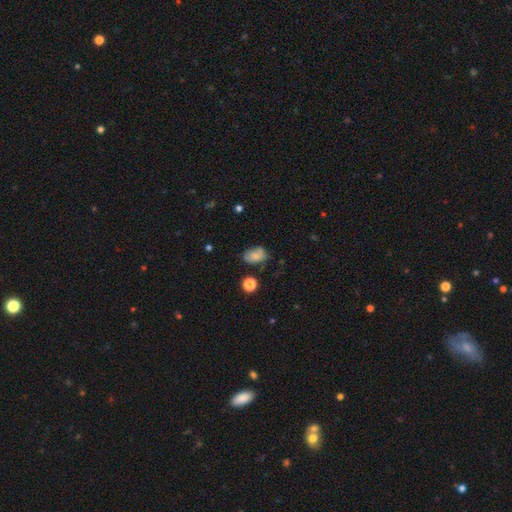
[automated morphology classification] type=smooth (74%); roundness=in between (81%); merging=none (60%).